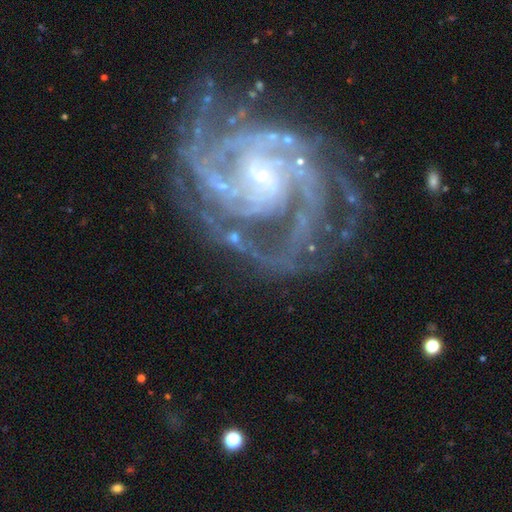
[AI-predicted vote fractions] Overall: featured or disk (91%). Edge-on disk: no (98%). Bar: no (60%; weak 28%). Spiral arms: yes (98%). Spiral arm count: 3 (23%; 2 20%). Spiral winding: tight (57%; medium 36%). Bulge size: small (81%). Merging: none (68%).